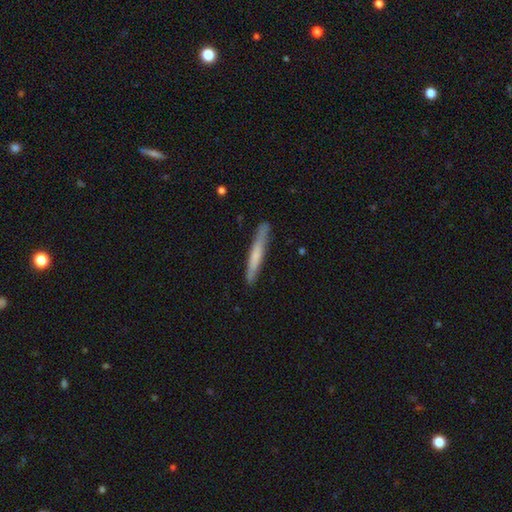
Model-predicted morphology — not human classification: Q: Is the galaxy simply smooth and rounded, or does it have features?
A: smooth — 60%.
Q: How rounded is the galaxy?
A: cigar-shaped — 96%.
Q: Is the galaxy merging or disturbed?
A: none — 86%.